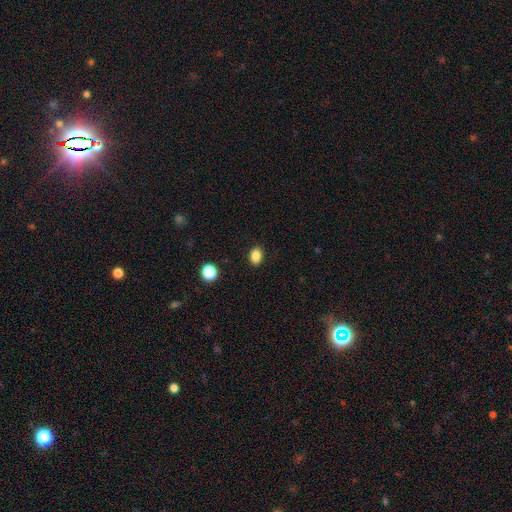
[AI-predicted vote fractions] Overall: smooth (86%). How rounded: in between (77%). Merging: none (89%).